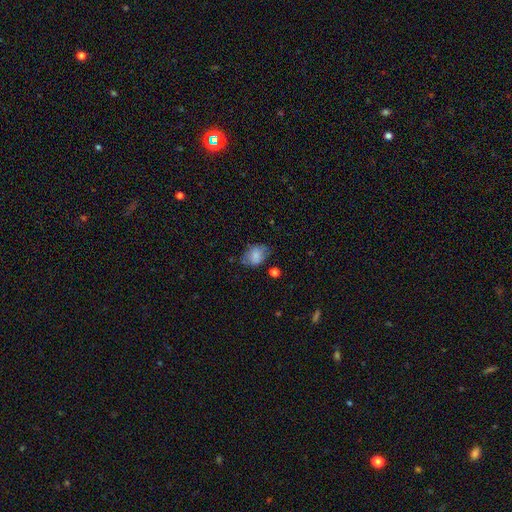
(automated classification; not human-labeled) This appears to be a smooth galaxy with no disk features (76%) that is in between round and cigar-shaped (75%). Merging: none (59%).